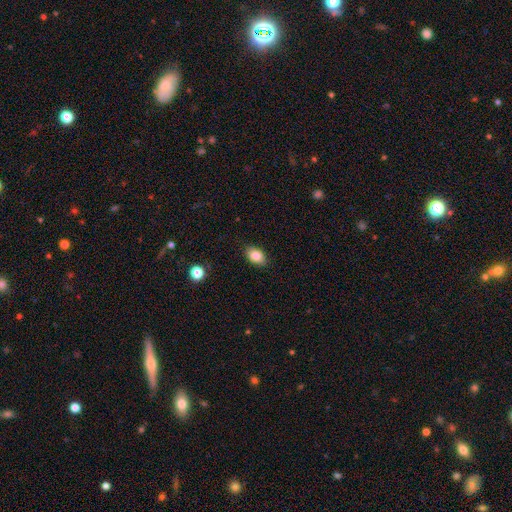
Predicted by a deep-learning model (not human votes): Overall: smooth (84%). How rounded: in between (84%). Merging: none (87%).